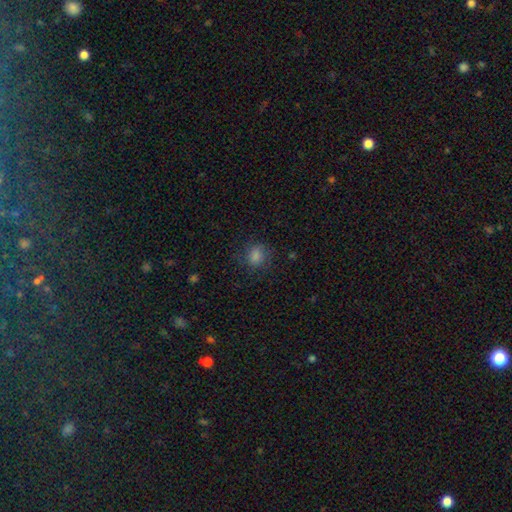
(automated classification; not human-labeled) Overall: smooth (76%). How rounded: round (75%). Merging: none (77%).